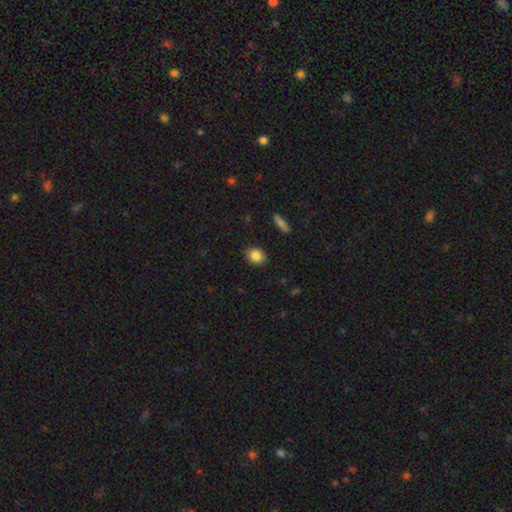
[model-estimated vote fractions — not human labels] This is clearly a smooth galaxy (84%). How rounded: possibly round (52%). Merging: clearly none (89%).